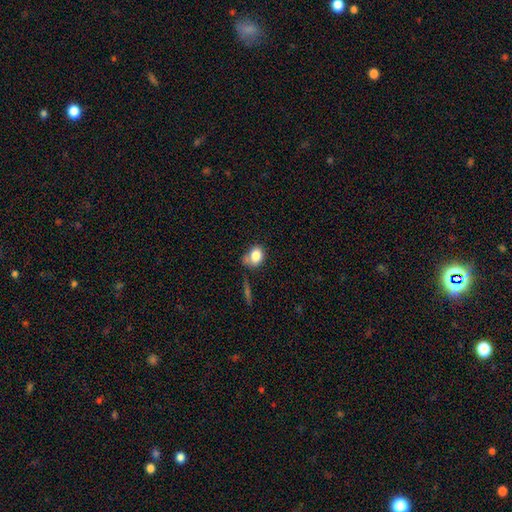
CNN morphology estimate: This is clearly a smooth galaxy (81%). How rounded: likely in between (60%). Merging: possibly none (46%).